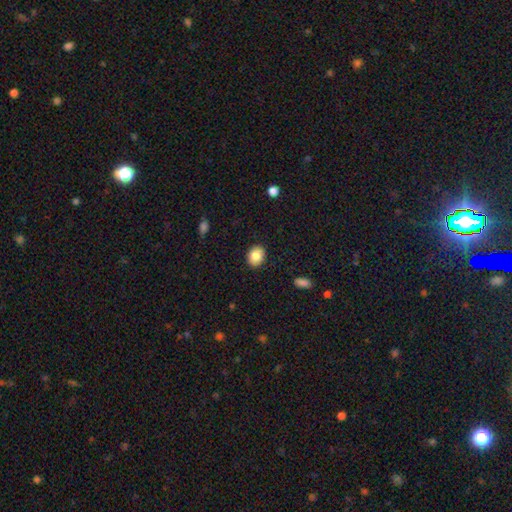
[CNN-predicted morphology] A smooth galaxy with no disk features (84%) that is in between round and cigar-shaped (58%). Merging: none (89%).